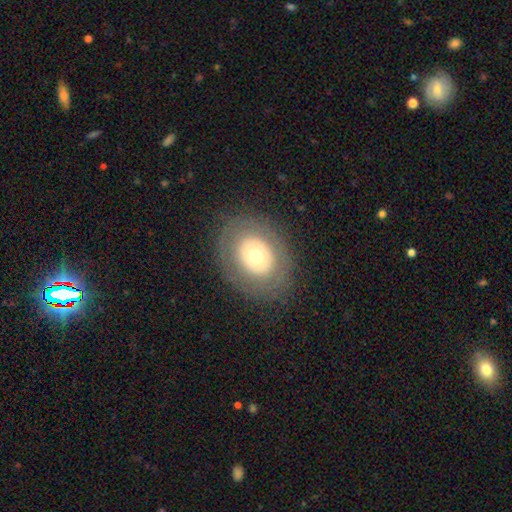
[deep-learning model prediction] This appears to be a smooth galaxy with no disk features (52%) that is in between round and cigar-shaped (50%). Merging: none (82%).